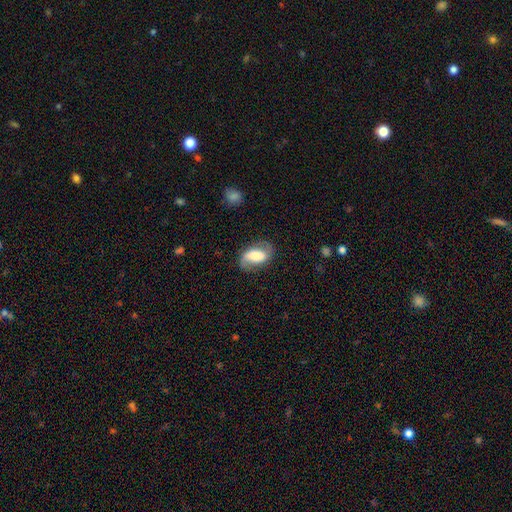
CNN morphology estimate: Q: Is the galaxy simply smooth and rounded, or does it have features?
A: featured or disk — 56%.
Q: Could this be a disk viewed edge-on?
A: no — 95%.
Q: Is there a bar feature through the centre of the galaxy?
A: weak — 39%.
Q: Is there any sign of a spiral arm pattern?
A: yes — 87%.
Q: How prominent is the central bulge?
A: large — 37%.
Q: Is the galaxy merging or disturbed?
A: none — 69%.